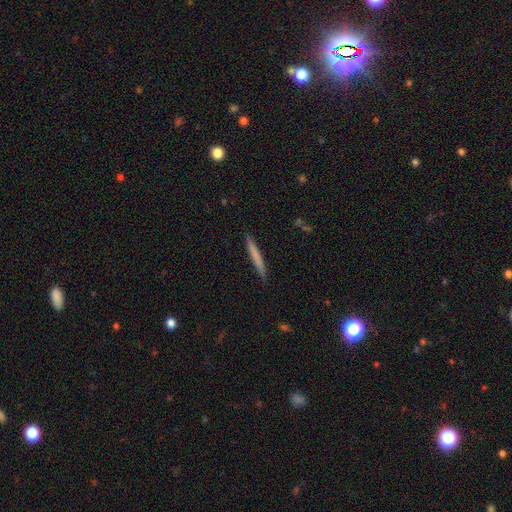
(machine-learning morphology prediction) smooth_or_featured: smooth (p=0.66) [alt: featured or disk p=0.29]
how_rounded: cigar-shaped (p=0.97) [alt: in between p=0.02]
merging: none (p=0.89) [alt: minor disturbance p=0.08]